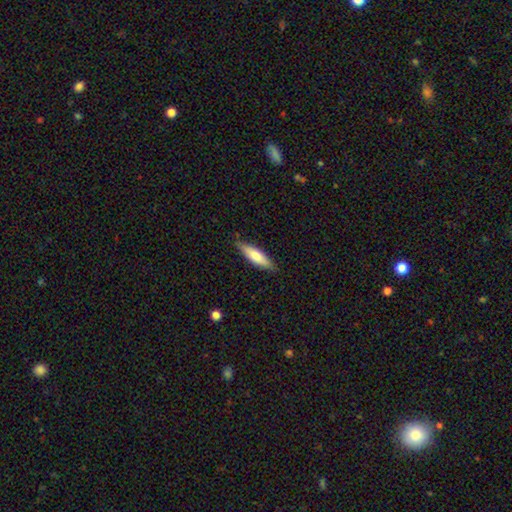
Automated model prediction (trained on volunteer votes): This appears to be a smooth galaxy with no disk features (68%) that is cigar-shaped (59%). Merging: none (84%).